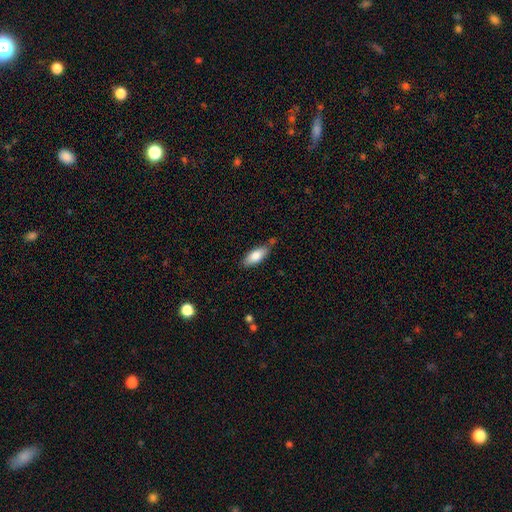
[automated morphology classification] This appears to be a smooth galaxy with no disk features (80%) that is in between round and cigar-shaped (77%). Merging: none (70%).